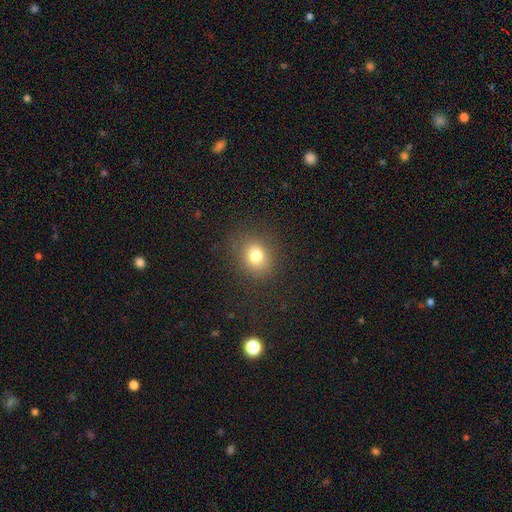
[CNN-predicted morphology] smooth 78%, star or artifact 14%, featured or disk 9%. Down the decision tree: how rounded — round (68%); merging — none (84%).